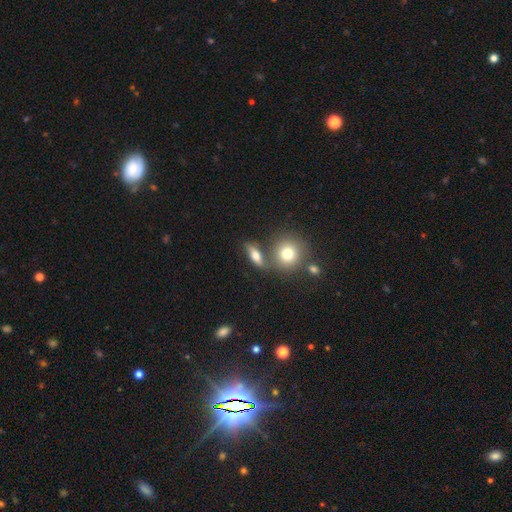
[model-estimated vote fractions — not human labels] Overall: smooth (62%; featured or disk 26%). How rounded: in between (54%; cigar-shaped 25%). Merging: none (63%).